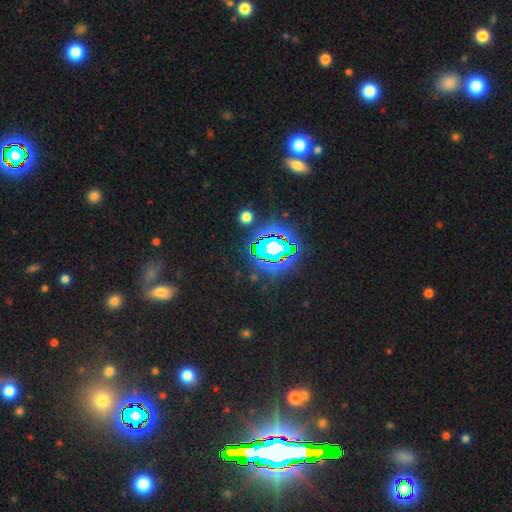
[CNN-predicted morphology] star or artifact 82%, smooth 10%, featured or disk 8%.